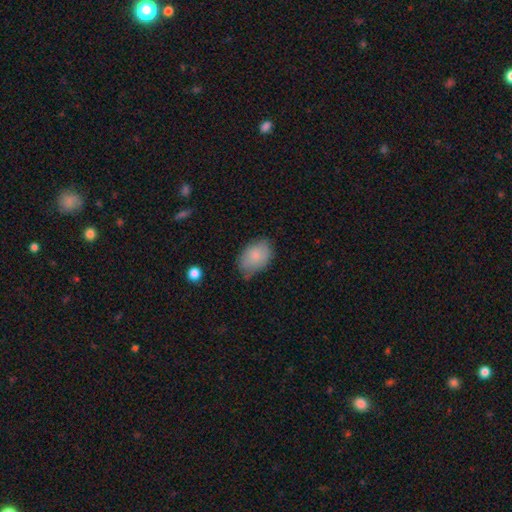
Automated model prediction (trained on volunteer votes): This is clearly a smooth galaxy (83%). How rounded: clearly in between (87%). Merging: likely none (60%).